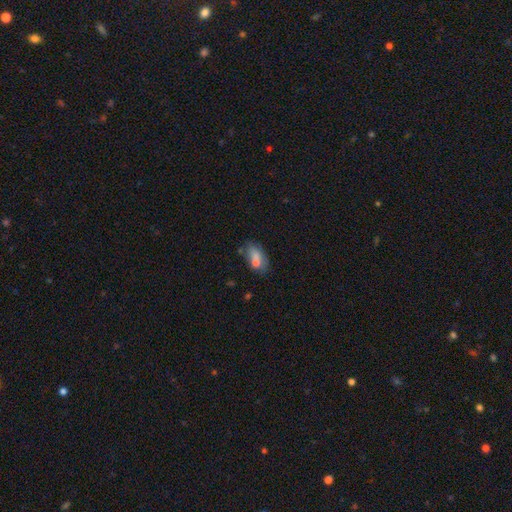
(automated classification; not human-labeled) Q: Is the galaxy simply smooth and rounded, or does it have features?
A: smooth — 66%.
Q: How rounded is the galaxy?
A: in between — 82%.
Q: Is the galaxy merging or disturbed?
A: none — 52%.